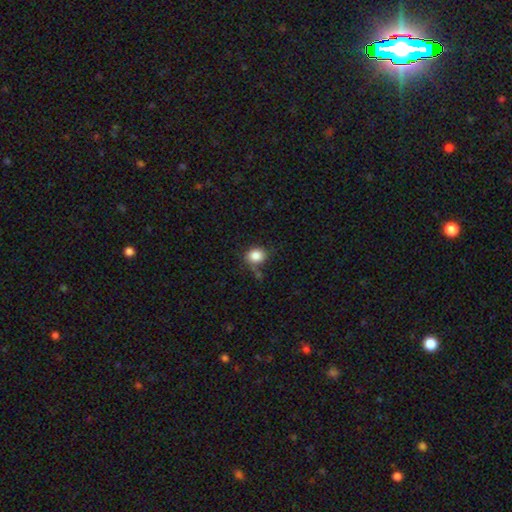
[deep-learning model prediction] A smooth galaxy with no disk features (85%) that is round (63%). Merging: none (70%).